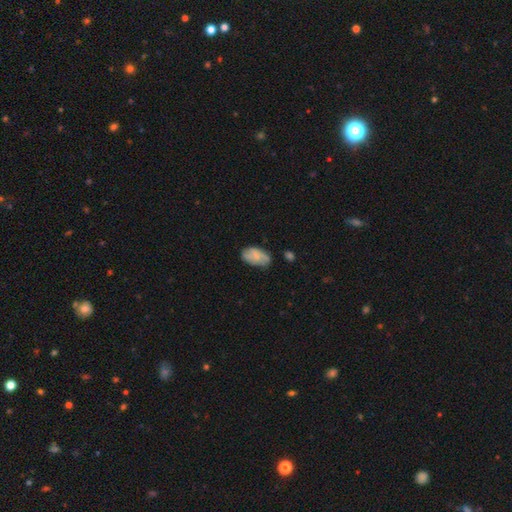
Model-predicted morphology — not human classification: smooth-or-featured: smooth: 58% | featured or disk: 33% | star or artifact: 8%
  how-rounded: in between: 93% | round: 5% | cigar-shaped: 2%
  merging: none: 60% | minor disturbance: 29% | major disturbance: 8% | merger: 3%